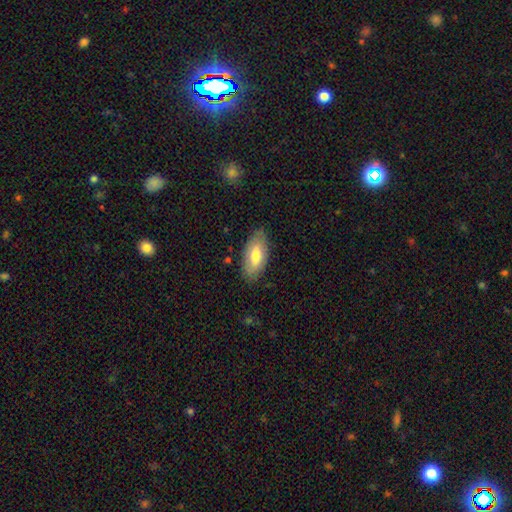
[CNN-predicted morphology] smooth_or_featured: smooth (p=0.71) [alt: featured or disk p=0.23]
how_rounded: in between (p=0.91) [alt: cigar-shaped p=0.06]
merging: none (p=0.82) [alt: minor disturbance p=0.14]